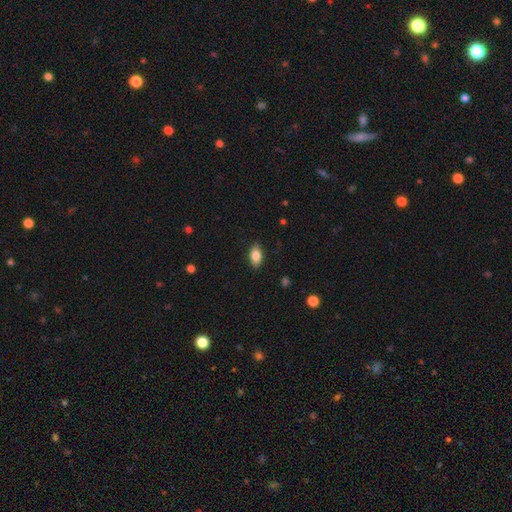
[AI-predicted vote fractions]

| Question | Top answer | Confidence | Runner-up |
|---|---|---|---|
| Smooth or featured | smooth | 84% | featured or disk (9%) |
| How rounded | in between | 90% | round (5%) |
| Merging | none | 87% | minor disturbance (10%) |